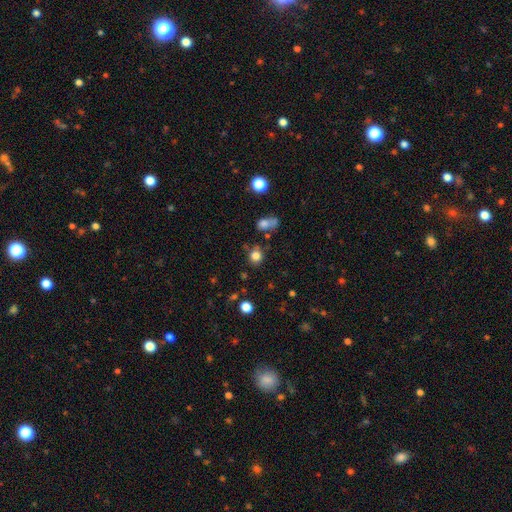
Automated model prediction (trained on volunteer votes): This appears to be a smooth galaxy with no disk features (81%) that is round (80%). Merging: none (75%).